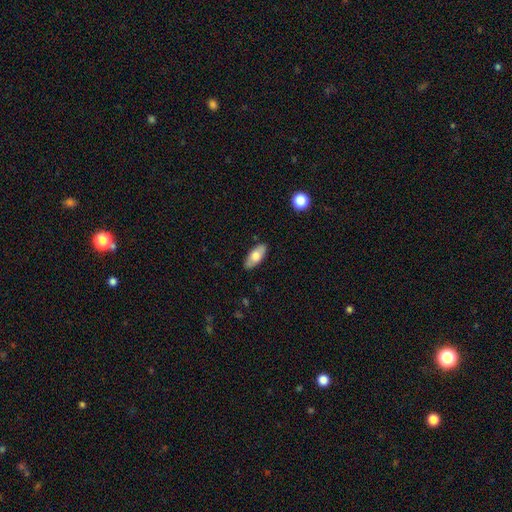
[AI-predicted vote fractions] The model was most divided on "smooth or featured": smooth: 69%, featured or disk: 25%, star or artifact: 6%. More confident: merging — none (86%); how rounded — in between (85%).